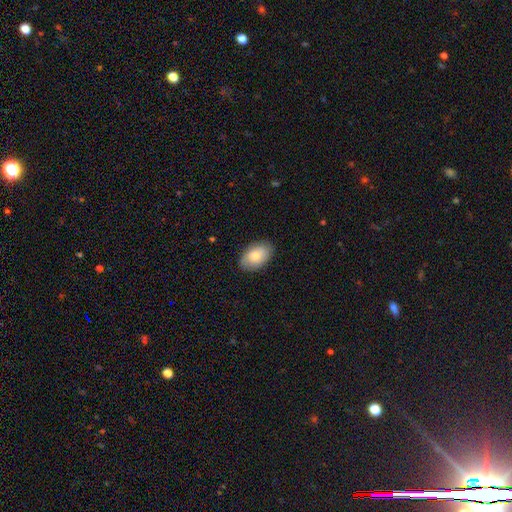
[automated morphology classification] A smooth galaxy with no disk features (81%) that is in between round and cigar-shaped (92%).

Vote fractions:
- Smooth or featured? smooth: 81% / featured or disk: 13% / star or artifact: 6%
- How rounded? in between: 92% / round: 6% / cigar-shaped: 1%
- Merging? none: 85% / minor disturbance: 12% / major disturbance: 2% / merger: 1%